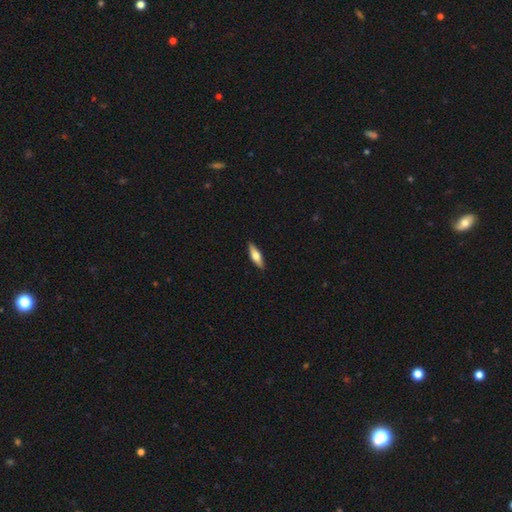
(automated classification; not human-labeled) This appears to be a smooth galaxy with no disk features (55%) that is cigar-shaped (55%). Merging: none (90%).